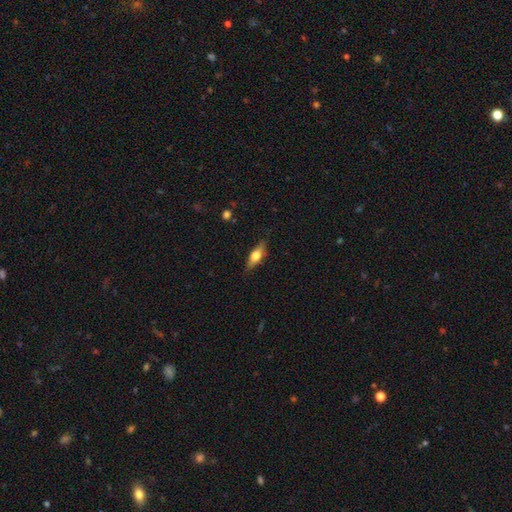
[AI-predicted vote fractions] Overall: smooth (50%; featured or disk 43%). How rounded: in between (58%; cigar-shaped 37%). Merging: none (82%).